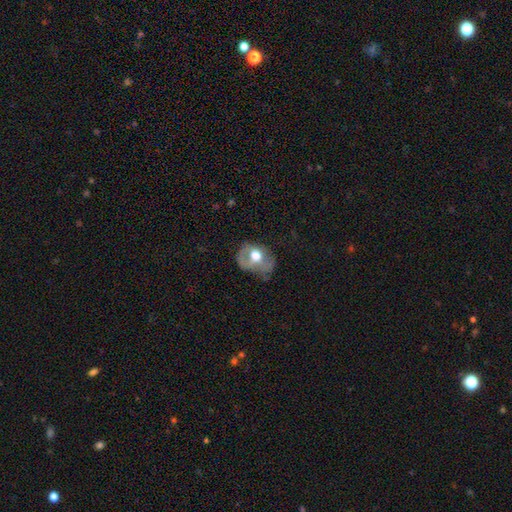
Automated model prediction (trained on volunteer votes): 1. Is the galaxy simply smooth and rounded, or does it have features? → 45% featured or disk (tied), 45% smooth (tied), 9% star or artifact.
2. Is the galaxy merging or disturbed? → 36% major disturbance, 32% none, 29% minor disturbance, 3% merger.